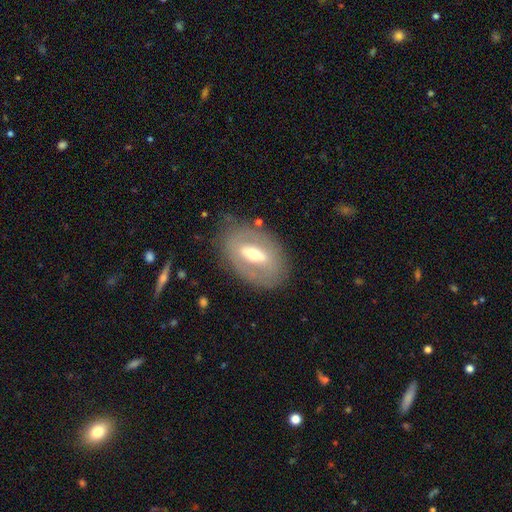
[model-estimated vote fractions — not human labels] Smooth or featured: featured or disk — 62% (smooth — 31%)
Edge-on disk: no — 86% (yes — 14%)
Bar: strong — 47% (weak — 35%)
Spiral arms: no — 75% (yes — 25%)
Bulge size: moderate — 65% (small — 26%)
Merging: none — 77% (minor disturbance — 15%)